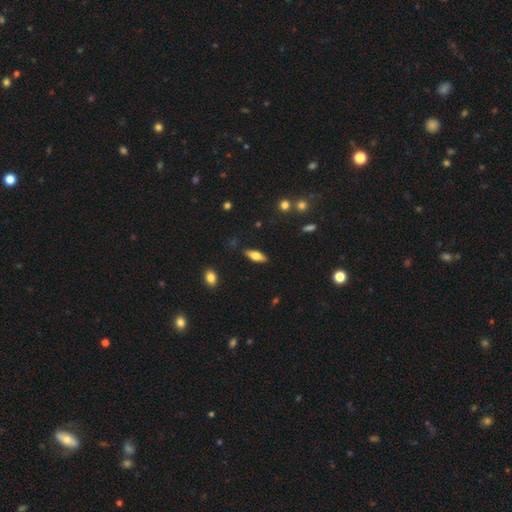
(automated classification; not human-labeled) Smooth or featured? smooth (64%)
How rounded? in between (67%)
Merging? none (86%)